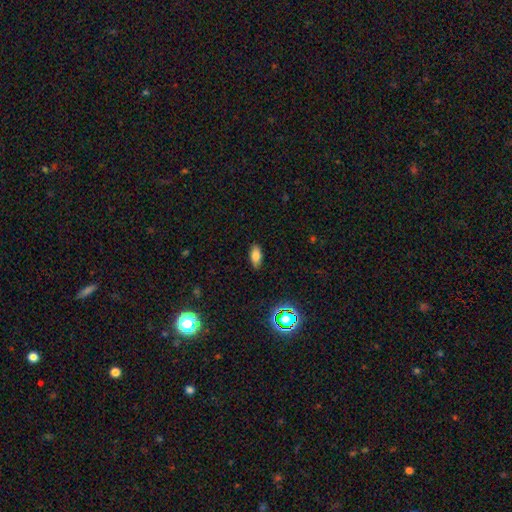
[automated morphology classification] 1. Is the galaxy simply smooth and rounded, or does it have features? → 79% smooth, 12% star or artifact, 9% featured or disk.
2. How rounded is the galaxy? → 88% in between, 8% cigar-shaped, 4% round.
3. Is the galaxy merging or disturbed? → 87% none, 10% minor disturbance, 2% major disturbance, 1% merger.